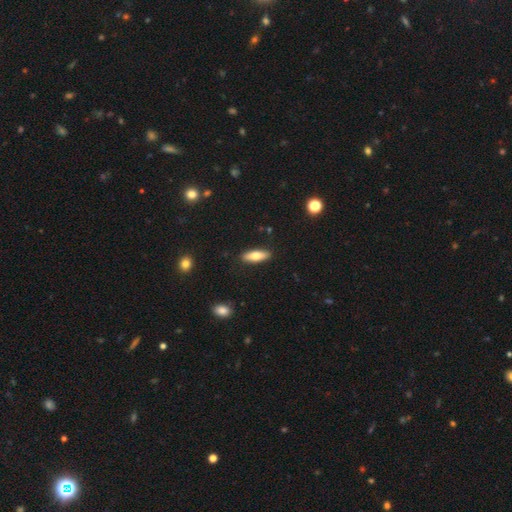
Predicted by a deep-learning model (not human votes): Smooth or featured? Predicted: smooth (p=0.72). How rounded? Predicted: in between (p=0.57). Merging? Predicted: none (p=0.89).